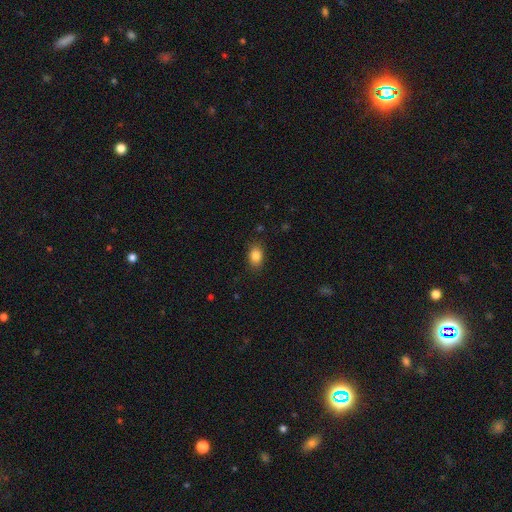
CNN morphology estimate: A smooth galaxy with no disk features (85%) that is in between round and cigar-shaped (78%). Merging: none (85%).